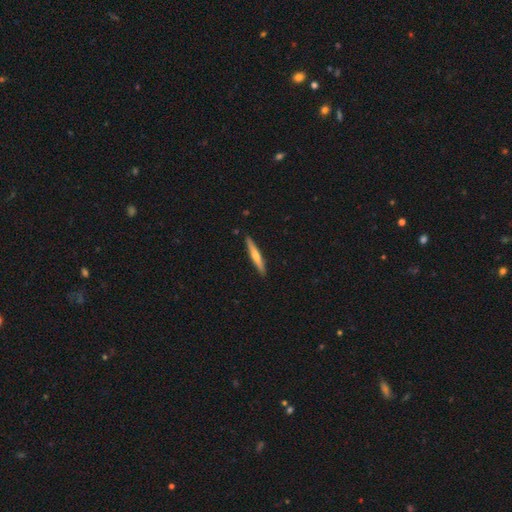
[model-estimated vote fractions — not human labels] Smooth or featured? smooth (51%)
How rounded? cigar-shaped (94%)
Merging? none (90%)